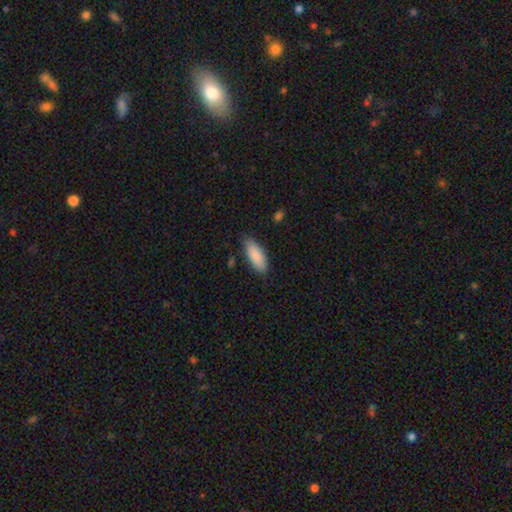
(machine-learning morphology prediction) This is clearly a smooth galaxy (87%). How rounded: likely in between (75%). Merging: clearly none (80%).